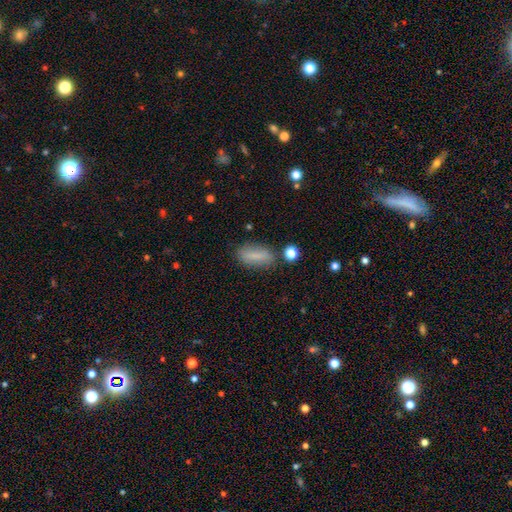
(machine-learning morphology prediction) Smooth or featured? Predicted: smooth (p=0.77). How rounded? Predicted: in between (p=0.66). Merging? Predicted: none (p=0.77).